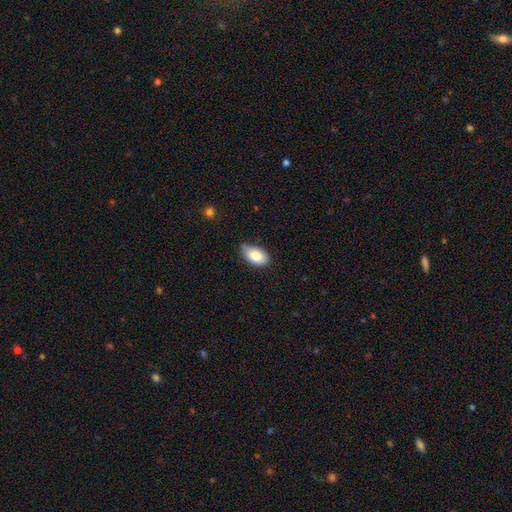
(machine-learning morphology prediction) A smooth galaxy with no disk features (84%) that is in between round and cigar-shaped (93%).

Vote fractions:
- Smooth or featured? smooth: 84% / featured or disk: 9% / star or artifact: 7%
- How rounded? in between: 93% / round: 5% / cigar-shaped: 2%
- Merging? none: 68% / minor disturbance: 26% / major disturbance: 4% / merger: 2%